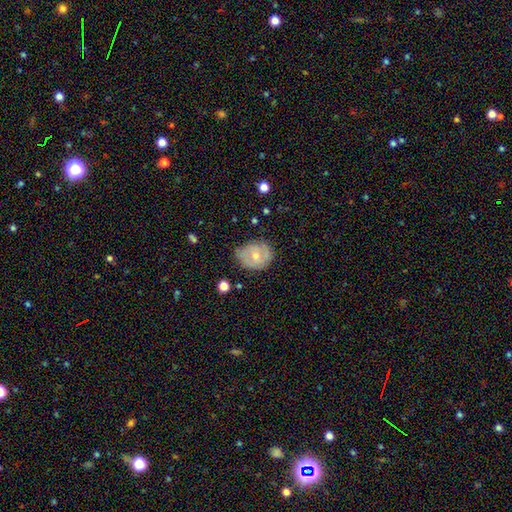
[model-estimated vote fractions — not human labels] Smooth or featured? smooth (48%)
Merging? none (62%)